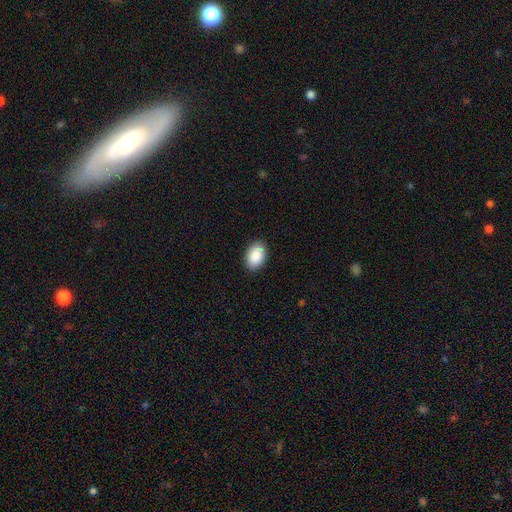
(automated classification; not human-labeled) Overall: smooth (91%). How rounded: in between (90%). Merging: none (89%).